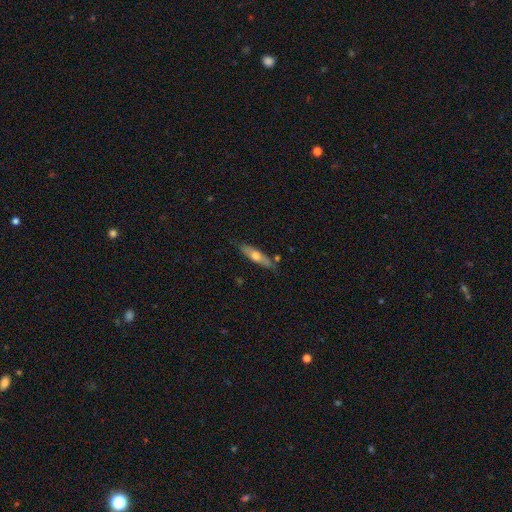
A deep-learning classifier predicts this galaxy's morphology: type=smooth (54%); roundness=cigar-shaped (64%); merging=none (78%).